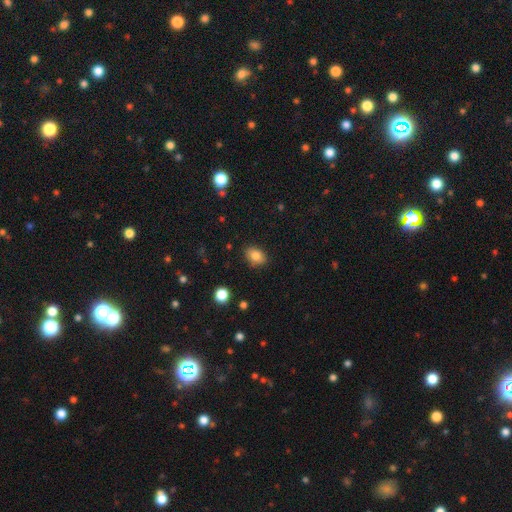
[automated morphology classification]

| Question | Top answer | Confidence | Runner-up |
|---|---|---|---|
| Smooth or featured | smooth | 83% | star or artifact (10%) |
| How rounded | in between | 75% | round (24%) |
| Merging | none | 84% | minor disturbance (12%) |